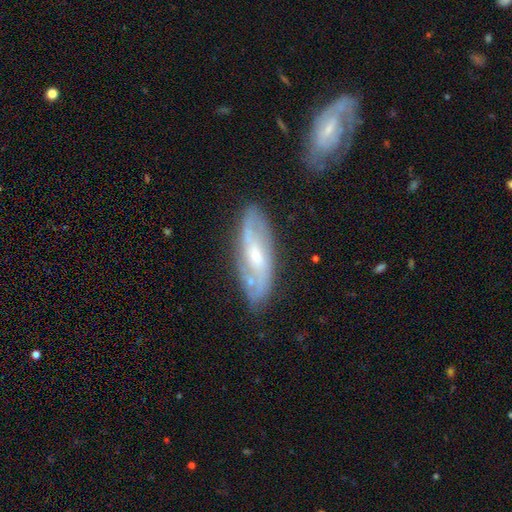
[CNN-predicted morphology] Smooth or featured? Predicted: featured or disk (p=0.74). Edge-on disk? Predicted: no (p=0.84). Bar? Predicted: weak (p=0.48). Spiral arms? Predicted: yes (p=0.88). Spiral winding? Predicted: medium (p=0.43). Spiral arm count? Predicted: 2 (p=0.71). Bulge size? Predicted: small (p=0.49). Merging? Predicted: none (p=0.78).